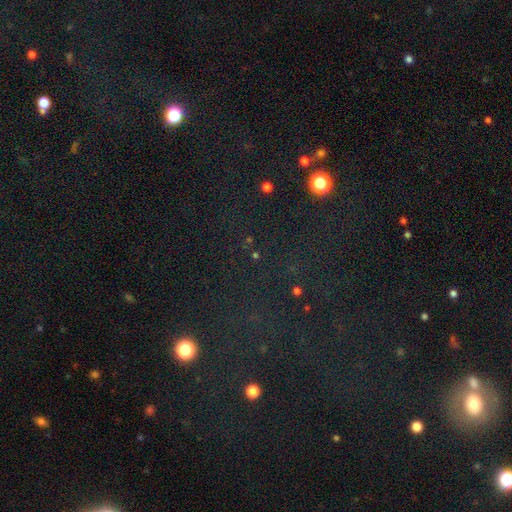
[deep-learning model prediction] Morphology: type=star or artifact (69%).